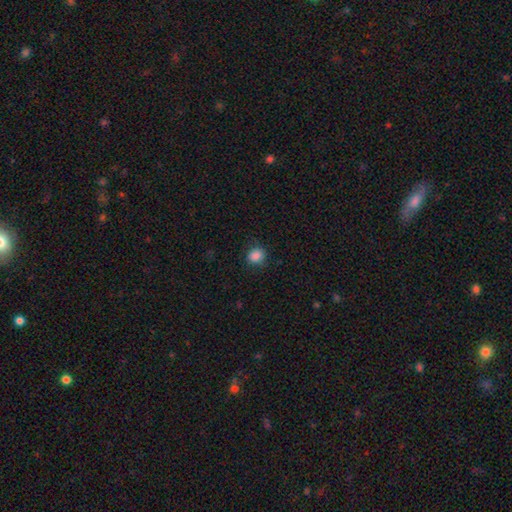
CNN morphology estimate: Q: Smooth or featured?
A: smooth (86%); runner-up: star or artifact (10%)
Q: How rounded?
A: round (75%); runner-up: in between (24%)
Q: Merging?
A: none (81%); runner-up: minor disturbance (14%)